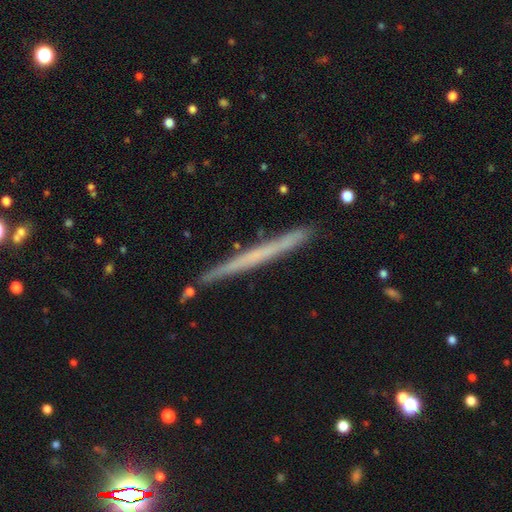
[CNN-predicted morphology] type=featured or disk (53%); edge-on=yes (97%); edge-on bulge=none (91%); merging=none (87%).